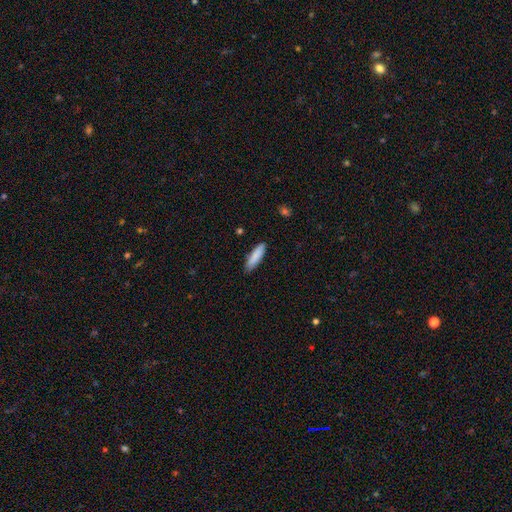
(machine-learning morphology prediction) A smooth galaxy with no disk features (87%) that is cigar-shaped (66%).

Vote fractions:
- Smooth or featured? smooth: 87% / featured or disk: 7% / star or artifact: 6%
- How rounded? cigar-shaped: 66% / in between: 33% / round: 1%
- Merging? none: 86% / minor disturbance: 11% / major disturbance: 2% / merger: 1%